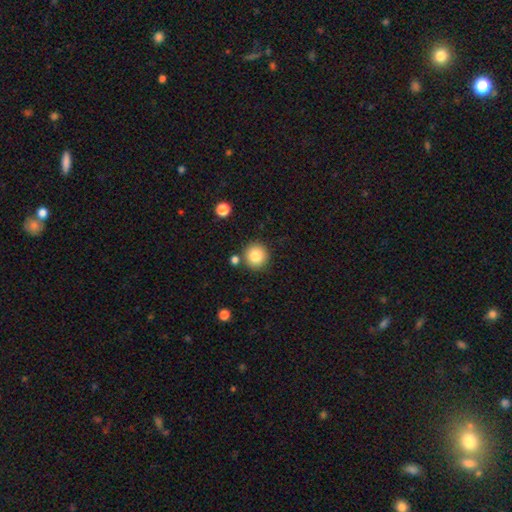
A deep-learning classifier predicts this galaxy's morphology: smooth-or-featured: smooth: 84% | star or artifact: 10% | featured or disk: 6%
  how-rounded: round: 94% | in between: 5% | cigar-shaped: 1%
  merging: none: 84% | minor disturbance: 8% | merger: 7% | major disturbance: 2%